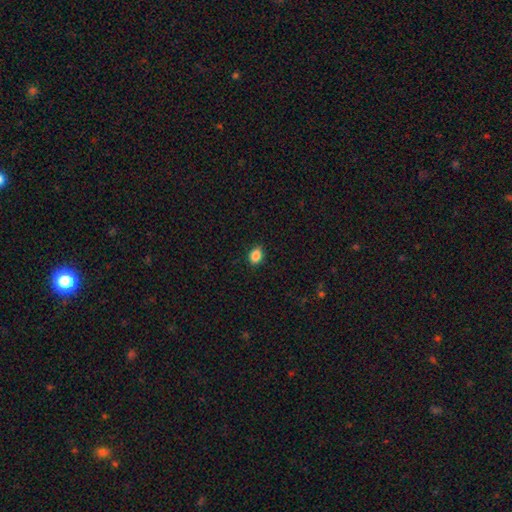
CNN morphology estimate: Smooth or featured? smooth (87%)
How rounded? in between (67%)
Merging? none (87%)